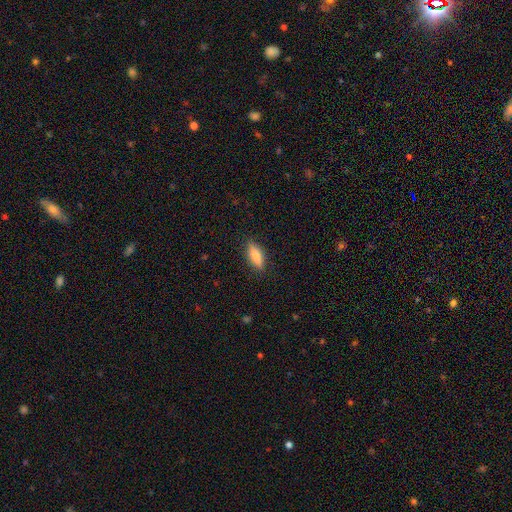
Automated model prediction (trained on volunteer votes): A smooth galaxy with no disk features (75%) that is in between round and cigar-shaped (56%).

Vote fractions:
- Smooth or featured? smooth: 75% / featured or disk: 19% / star or artifact: 7%
- How rounded? in between: 56% / cigar-shaped: 41% / round: 3%
- Merging? none: 86% / minor disturbance: 10% / major disturbance: 2% / merger: 1%